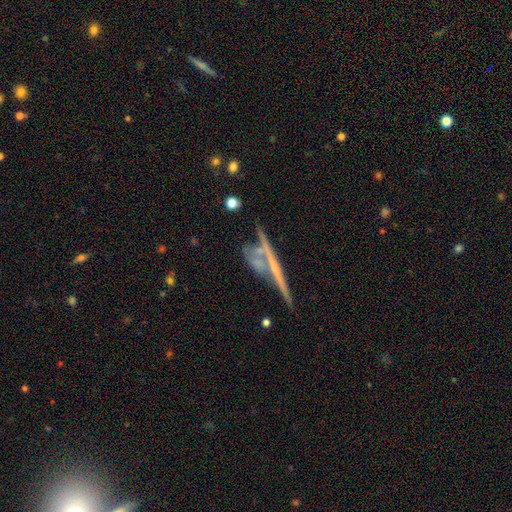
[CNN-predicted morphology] Overall: featured or disk (61%; smooth 30%). Edge-on disk: yes (71%). Merging: none (43%; merger 30%).